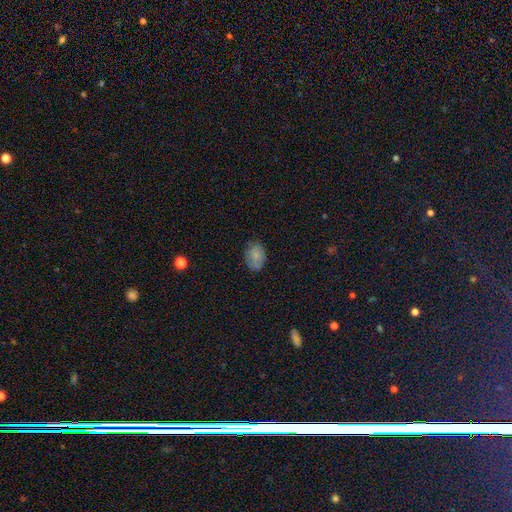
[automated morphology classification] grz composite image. It shows a smooth galaxy with no disk features (82%) that is in between round and cigar-shaped (78%). Merging: none (75%).